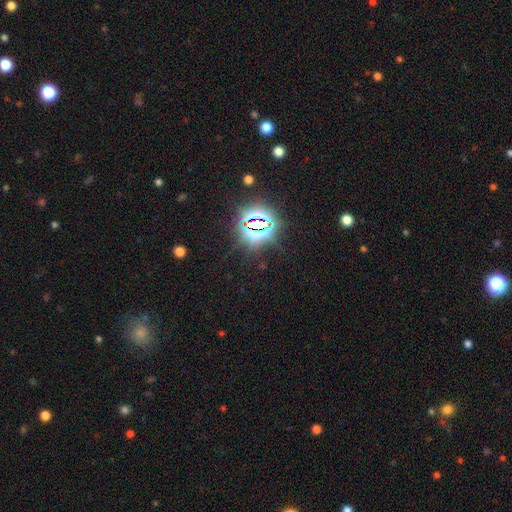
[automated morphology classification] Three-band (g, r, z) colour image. It shows a star or artifact, not a galaxy (82%).